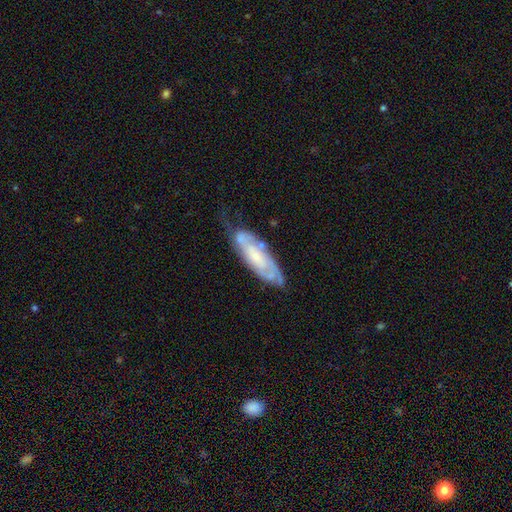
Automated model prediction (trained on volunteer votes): This appears to be a featured or disk galaxy (69%) with no bar (63%), spiral arms (84%) and a small central bulge (61%). Merging: none (50%).